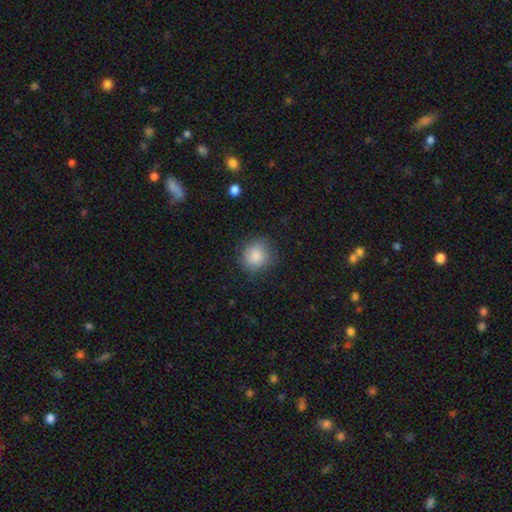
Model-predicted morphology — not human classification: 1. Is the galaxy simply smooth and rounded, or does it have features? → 86% smooth, 9% star or artifact, 5% featured or disk.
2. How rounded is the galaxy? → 83% round, 16% in between, 1% cigar-shaped.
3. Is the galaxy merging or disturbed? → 79% none, 16% minor disturbance, 5% major disturbance, 1% merger.